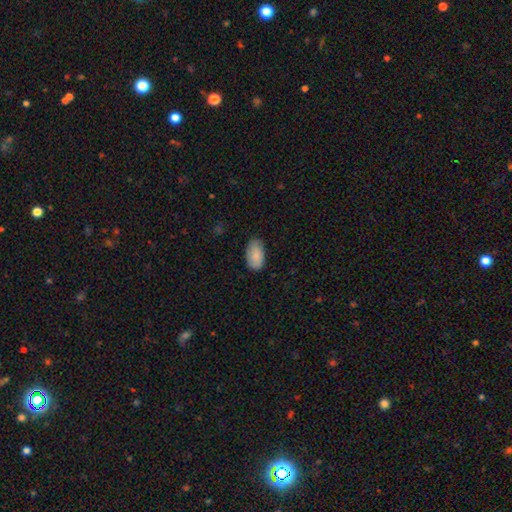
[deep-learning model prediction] Overall: smooth (85%). How rounded: in between (95%). Merging: none (78%).